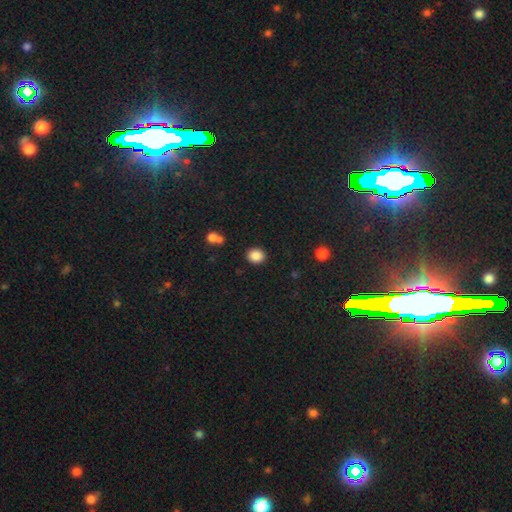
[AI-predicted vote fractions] Smooth or featured?
  - smooth: 86% *
  - star or artifact: 10%
  - featured or disk: 4%
How rounded?
  - round: 68% *
  - in between: 31%
  - cigar-shaped: 1%
Merging?
  - none: 88% *
  - minor disturbance: 7%
  - merger: 3%
  - major disturbance: 2%